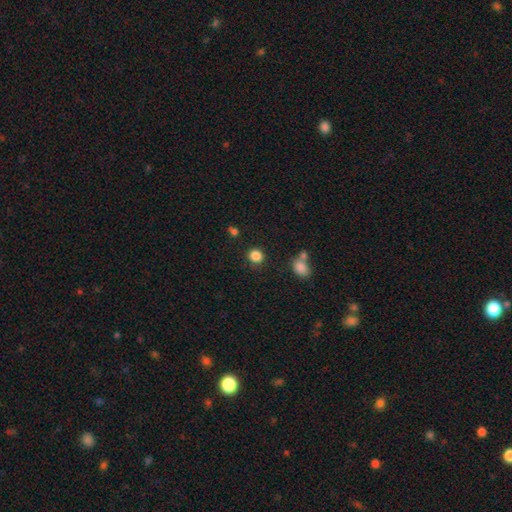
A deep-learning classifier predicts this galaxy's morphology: Smooth or featured?
  - smooth: 85% *
  - star or artifact: 11%
  - featured or disk: 4%
How rounded?
  - round: 84% *
  - in between: 15%
  - cigar-shaped: 1%
Merging?
  - none: 84% *
  - minor disturbance: 9%
  - merger: 4%
  - major disturbance: 3%